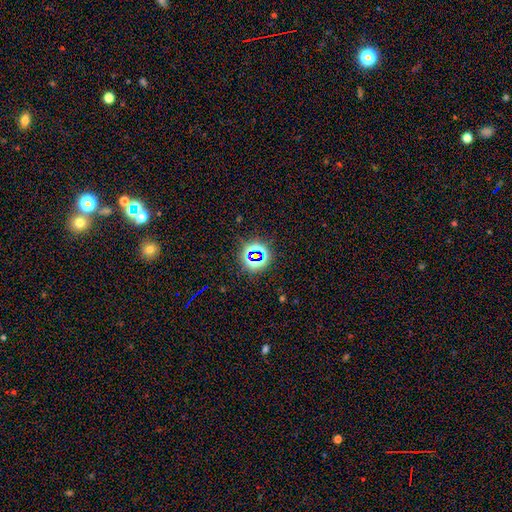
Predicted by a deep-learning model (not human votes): Smooth or featured?
  - star or artifact: 73% *
  - smooth: 18%
  - featured or disk: 9%